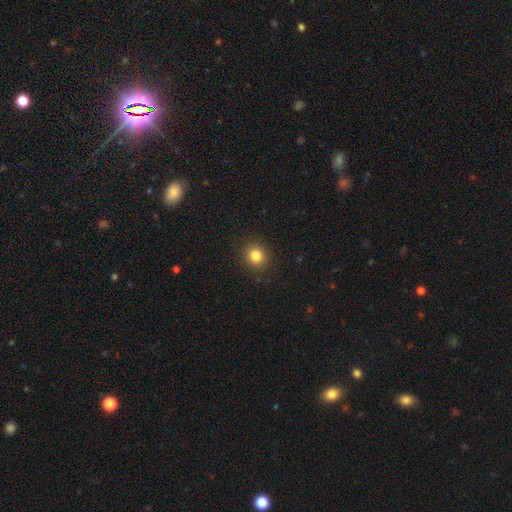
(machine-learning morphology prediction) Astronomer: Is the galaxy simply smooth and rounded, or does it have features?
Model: smooth — 82%.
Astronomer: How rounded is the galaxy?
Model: round — 85%.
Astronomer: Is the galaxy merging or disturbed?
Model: none — 90%.